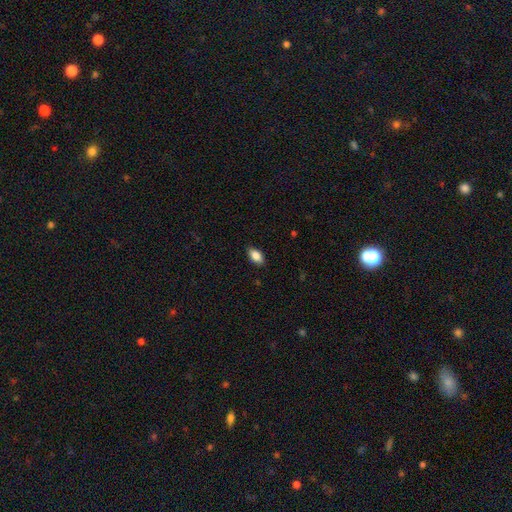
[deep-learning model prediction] Smooth or featured? Predicted: smooth (p=0.86). How rounded? Predicted: in between (p=0.91). Merging? Predicted: none (p=0.86).